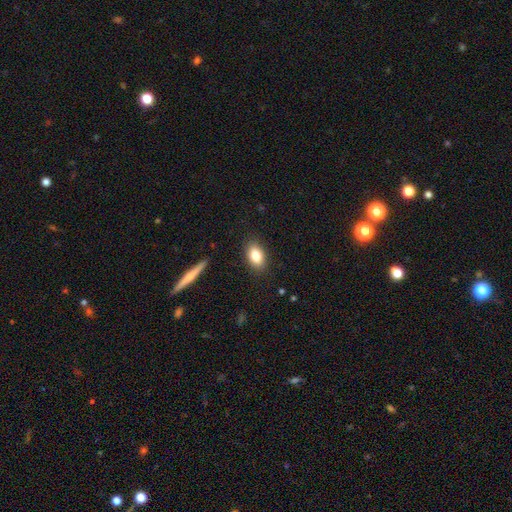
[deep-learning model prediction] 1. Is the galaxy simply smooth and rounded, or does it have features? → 81% smooth, 11% featured or disk, 8% star or artifact.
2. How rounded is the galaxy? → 87% in between, 9% round, 3% cigar-shaped.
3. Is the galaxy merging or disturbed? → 86% none, 10% minor disturbance, 3% major disturbance, 1% merger.